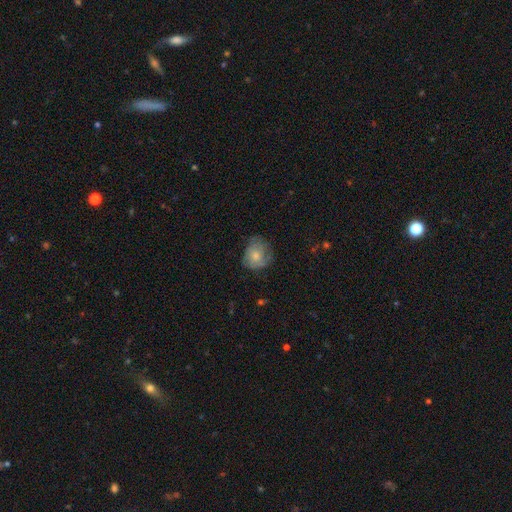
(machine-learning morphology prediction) A smooth galaxy with no disk features (60%) that is round (70%).

Vote fractions:
- Smooth or featured? smooth: 60% / featured or disk: 32% / star or artifact: 8%
- How rounded? round: 70% / in between: 29% / cigar-shaped: 1%
- Merging? none: 61% / minor disturbance: 27% / major disturbance: 11% / merger: 1%